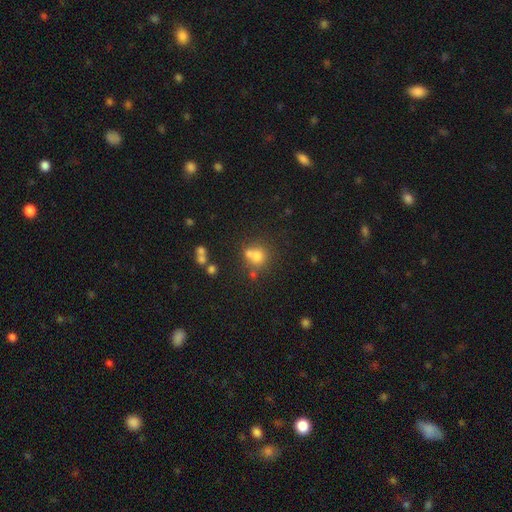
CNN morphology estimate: smooth 70%, star or artifact 16%, featured or disk 14%. Down the decision tree: how rounded — round (81%); merging — none (48%).